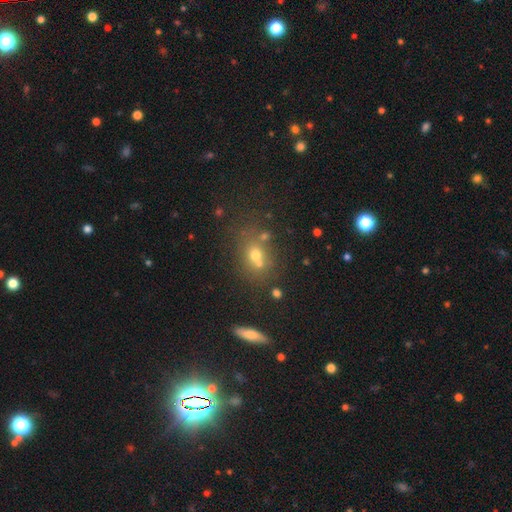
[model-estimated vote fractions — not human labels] A smooth galaxy with no disk features (55%) that is round (56%). Merging: none (52%).